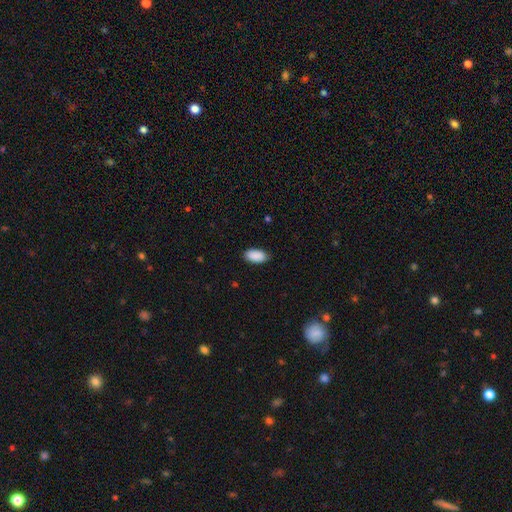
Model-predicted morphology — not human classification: This is clearly a smooth galaxy (91%). How rounded: clearly in between (95%). Merging: clearly none (86%).